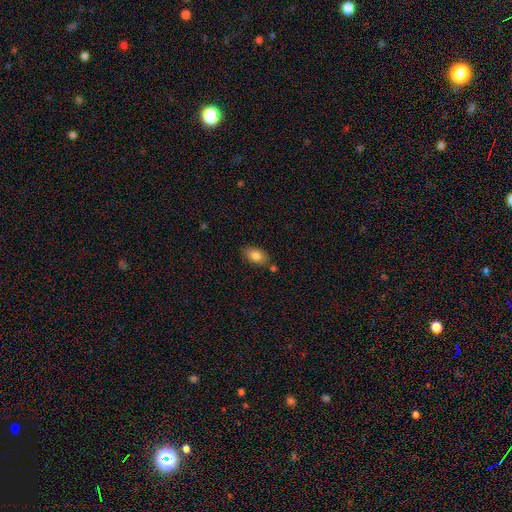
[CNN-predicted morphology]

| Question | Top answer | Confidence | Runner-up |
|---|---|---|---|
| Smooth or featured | smooth | 83% | featured or disk (9%) |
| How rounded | in between | 90% | round (7%) |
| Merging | none | 76% | minor disturbance (14%) |